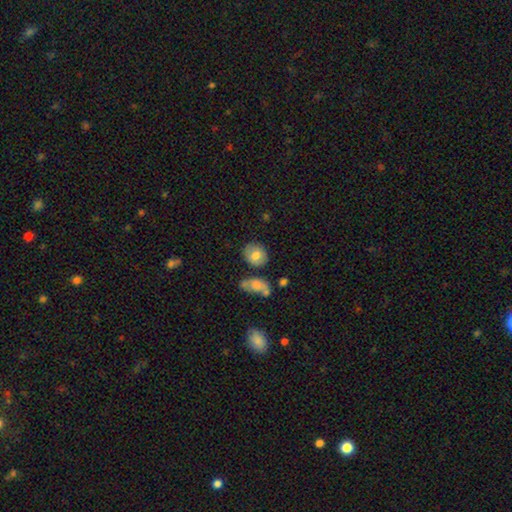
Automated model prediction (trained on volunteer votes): Overall: smooth (75%). How rounded: round (60%; in between 39%). Merging: none (70%).